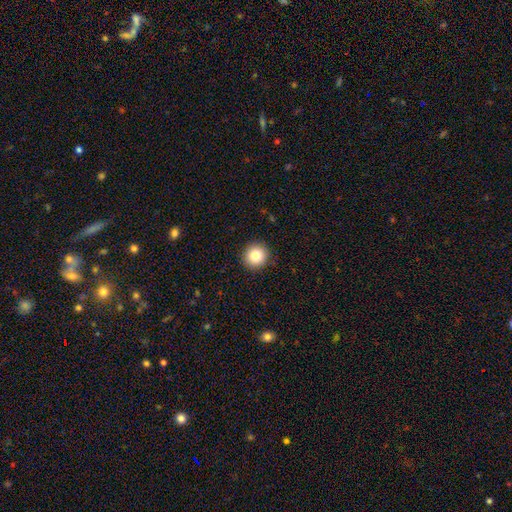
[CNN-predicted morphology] smooth 82%, star or artifact 10%, featured or disk 8%. Down the decision tree: how rounded — round (94%); merging — none (92%).